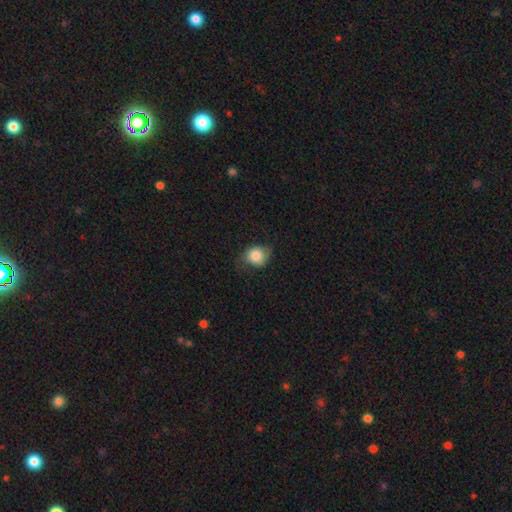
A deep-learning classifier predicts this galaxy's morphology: Q: Smooth or featured?
A: smooth (82%); runner-up: featured or disk (9%)
Q: How rounded?
A: round (68%); runner-up: in between (31%)
Q: Merging?
A: none (64%); runner-up: minor disturbance (27%)